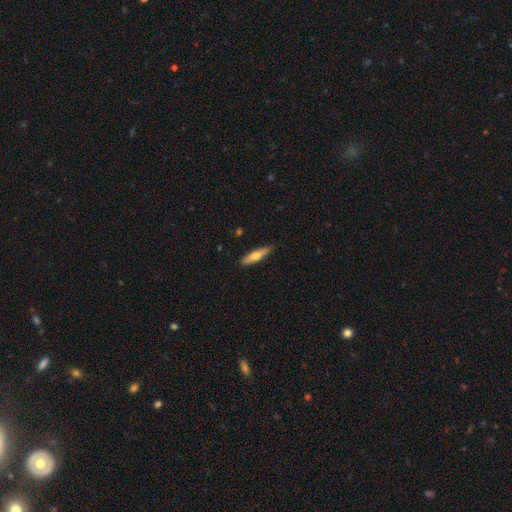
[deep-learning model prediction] Q: Smooth or featured?
A: smooth (63%); runner-up: featured or disk (32%)
Q: How rounded?
A: cigar-shaped (78%); runner-up: in between (20%)
Q: Merging?
A: none (87%); runner-up: minor disturbance (10%)